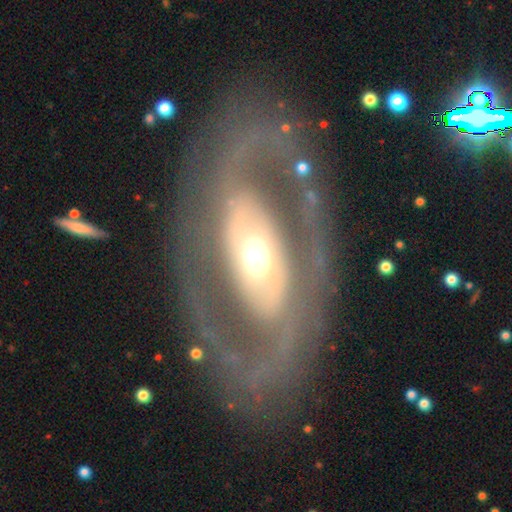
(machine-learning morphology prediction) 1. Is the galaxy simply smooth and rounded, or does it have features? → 81% featured or disk, 14% smooth, 5% star or artifact.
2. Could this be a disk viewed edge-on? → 92% no, 8% yes.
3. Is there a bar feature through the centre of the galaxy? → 52% no, 25% weak, 24% strong.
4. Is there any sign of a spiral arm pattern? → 59% yes, 41% no.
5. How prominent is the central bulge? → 61% moderate, 24% large, 10% small, 3% dominant, 1% none.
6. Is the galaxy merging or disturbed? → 77% none, 12% minor disturbance, 9% major disturbance, 2% merger.